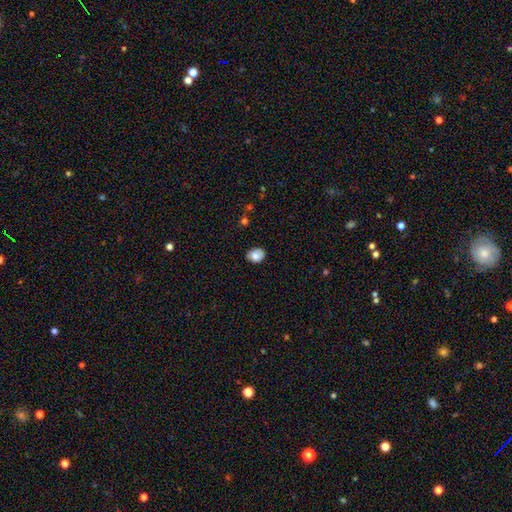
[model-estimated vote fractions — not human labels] Morphology: type=smooth (83%); roundness=in between (61%); merging=none (73%).